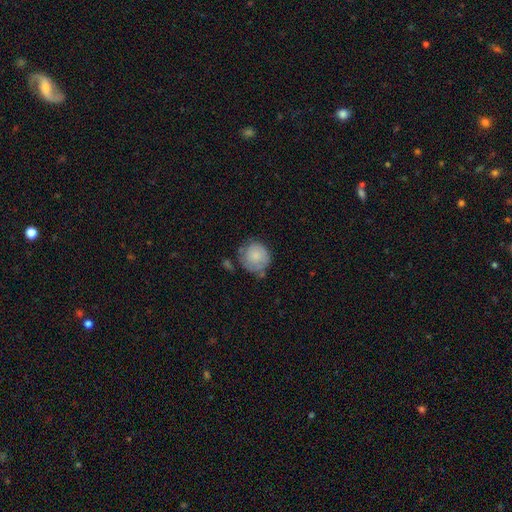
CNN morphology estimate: Overall: smooth (76%). How rounded: round (87%). Merging: none (55%; minor disturbance 28%).